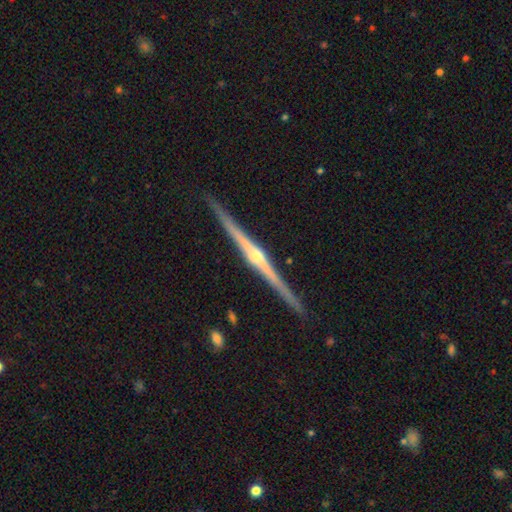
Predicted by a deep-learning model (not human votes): featured or disk 89%, smooth 7%, star or artifact 5%. Down the decision tree: edge-on disk — yes (99%); edge-on bulge — rounded (89%); merging — none (92%).